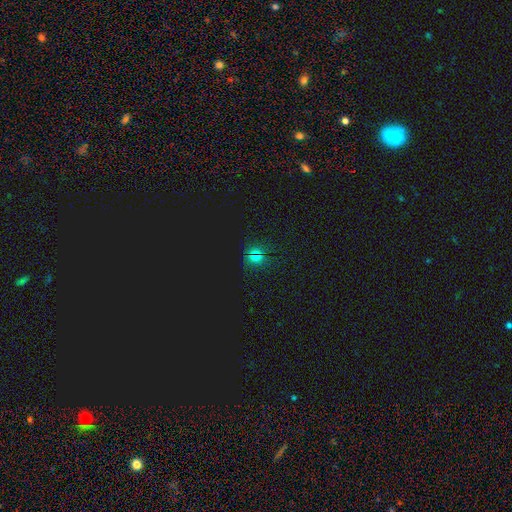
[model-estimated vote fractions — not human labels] smooth-or-featured: star or artifact: 56% | smooth: 37% | featured or disk: 7%